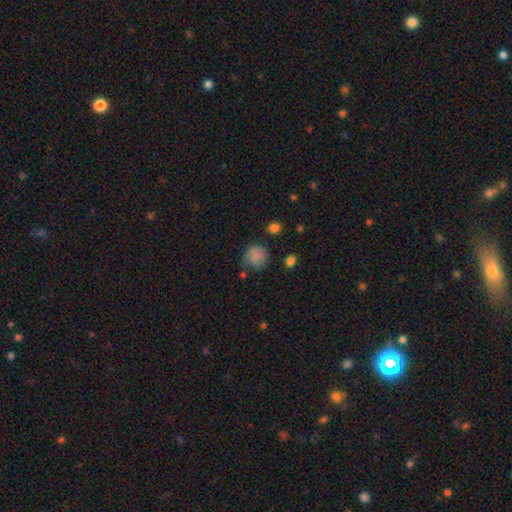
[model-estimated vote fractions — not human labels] smooth_or_featured: smooth (p=0.80) [alt: featured or disk p=0.10]
how_rounded: round (p=0.82) [alt: in between p=0.17]
merging: none (p=0.58) [alt: minor disturbance p=0.27]